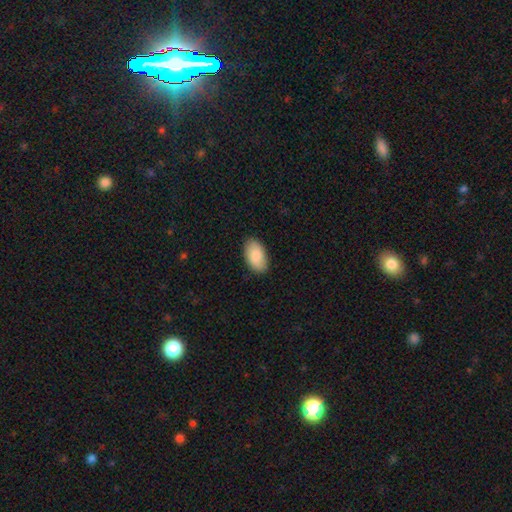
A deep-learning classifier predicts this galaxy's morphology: type=smooth (88%); roundness=in between (95%); merging=none (88%).